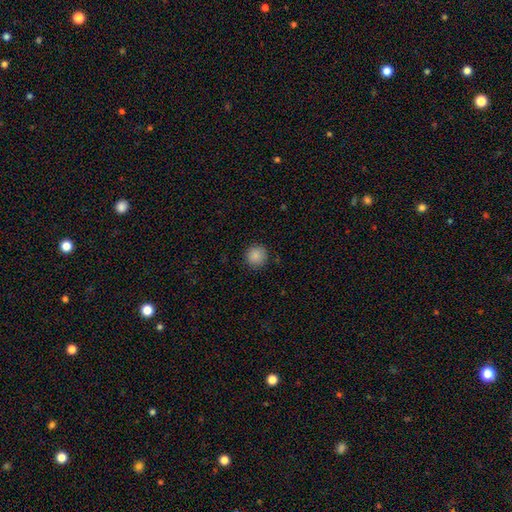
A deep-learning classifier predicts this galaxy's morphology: Overall: smooth (87%). How rounded: round (94%). Merging: none (90%).